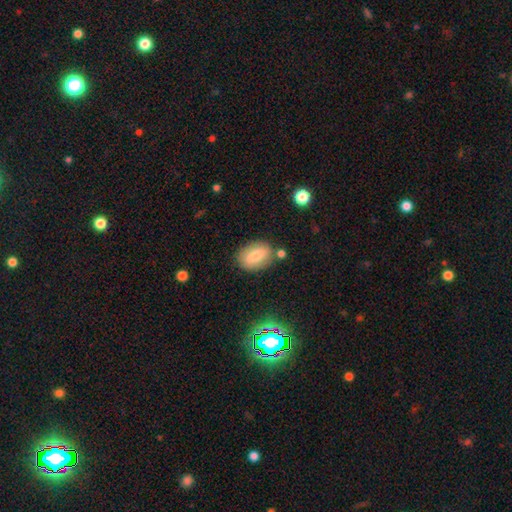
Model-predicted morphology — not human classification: This is likely a smooth galaxy (73%). How rounded: clearly in between (83%). Merging: likely none (76%).